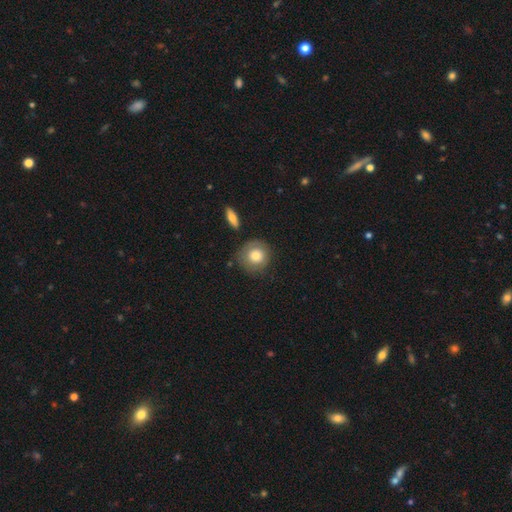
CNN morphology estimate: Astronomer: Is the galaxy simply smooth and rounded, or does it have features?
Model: smooth — 73%.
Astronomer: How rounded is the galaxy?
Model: round — 90%.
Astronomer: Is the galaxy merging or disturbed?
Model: none — 74%.